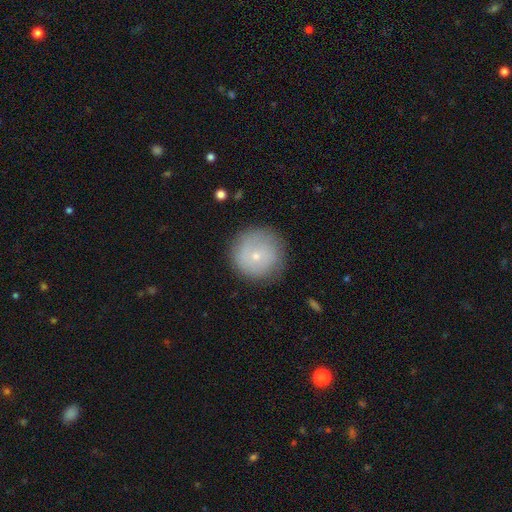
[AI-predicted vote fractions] This appears to be a smooth galaxy with no disk features (58%) that is round (95%). Merging: none (80%).